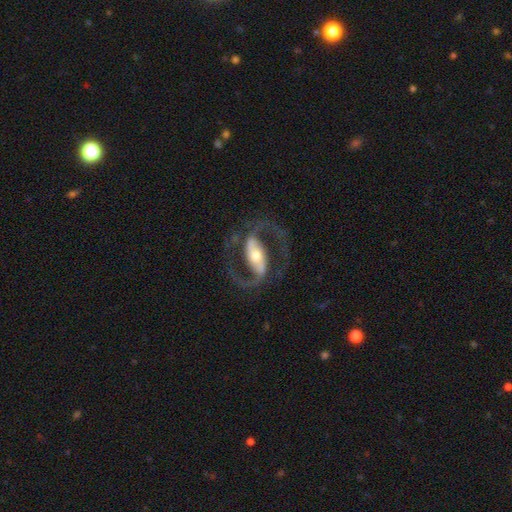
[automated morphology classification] featured or disk 92%, smooth 5%, star or artifact 4%. Down the decision tree: edge-on disk — no (96%); bar — strong (62%); spiral arms — yes (97%); spiral arm count — 2 (94%); spiral winding — medium (59%); bulge size — moderate (54%); merging — none (78%).